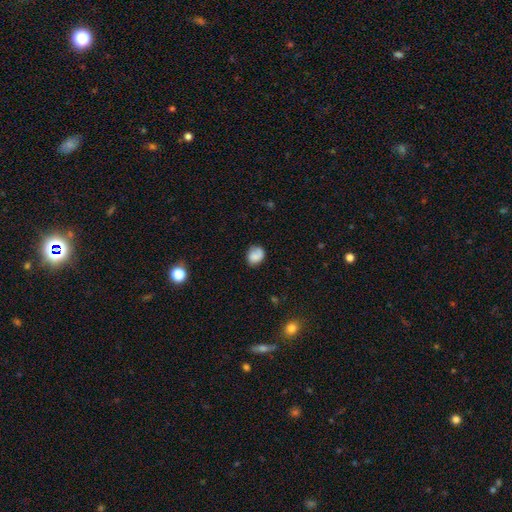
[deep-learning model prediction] smooth-or-featured: smooth: 74% | featured or disk: 17% | star or artifact: 9%
  how-rounded: round: 59% | in between: 40% | cigar-shaped: 1%
  merging: none: 61% | minor disturbance: 26% | major disturbance: 9% | merger: 5%